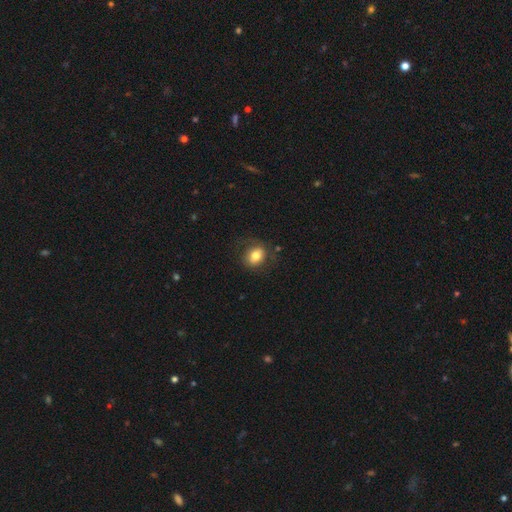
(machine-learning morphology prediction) smooth_or_featured: smooth (p=0.75) [alt: featured or disk p=0.16]
how_rounded: round (p=0.50) [alt: in between p=0.49]
merging: none (p=0.71) [alt: minor disturbance p=0.18]